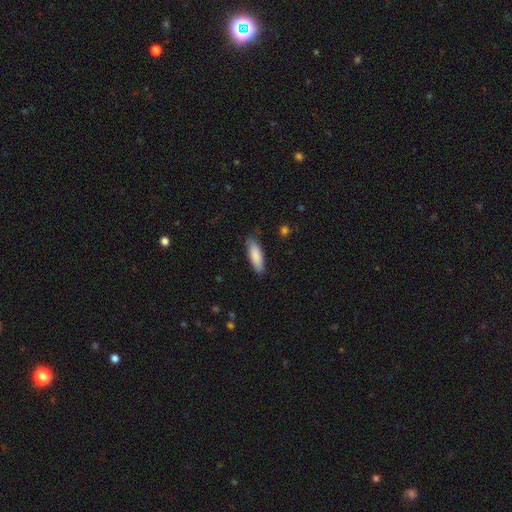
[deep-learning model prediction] smooth-or-featured: smooth: 86% | featured or disk: 9% | star or artifact: 5%
  how-rounded: in between: 56% | cigar-shaped: 42% | round: 1%
  merging: none: 80% | minor disturbance: 16% | major disturbance: 3% | merger: 1%